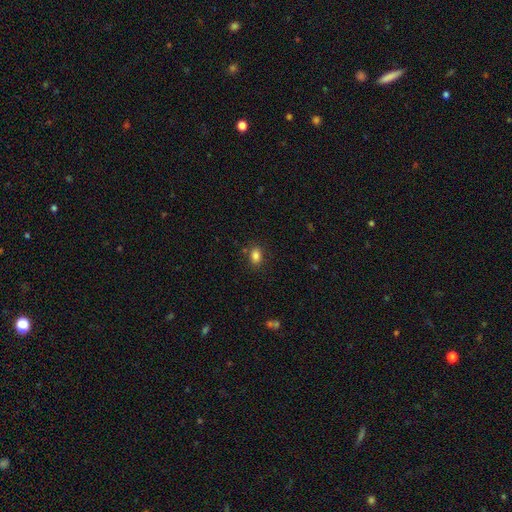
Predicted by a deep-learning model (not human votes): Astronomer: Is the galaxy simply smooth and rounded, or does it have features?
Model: smooth — 84%.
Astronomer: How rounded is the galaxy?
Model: in between — 80%.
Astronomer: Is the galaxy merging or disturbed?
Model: none — 82%.